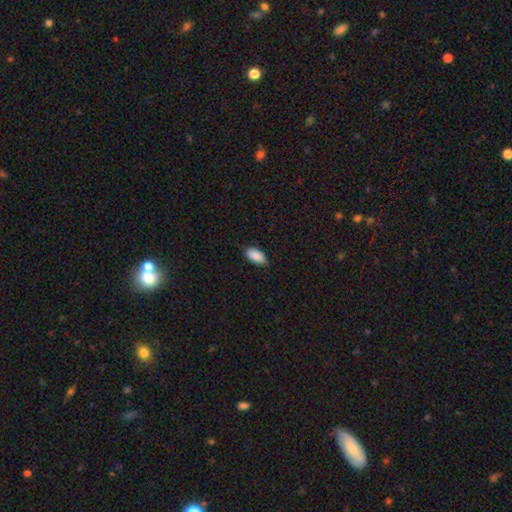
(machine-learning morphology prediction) Overall: smooth (89%). How rounded: in between (92%). Merging: none (83%).